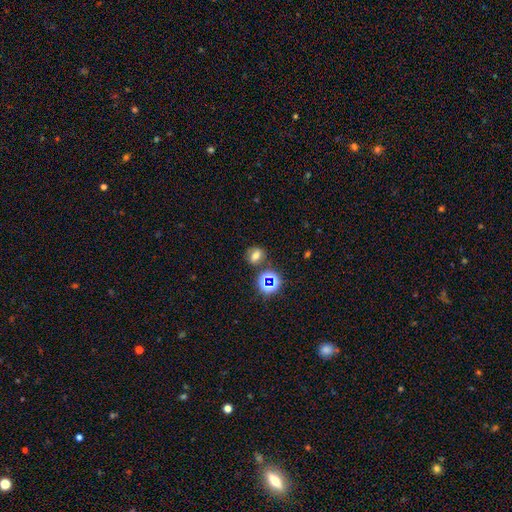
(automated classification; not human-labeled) smooth_or_featured: smooth (p=0.57) [alt: star or artifact p=0.28]
how_rounded: round (p=0.55) [alt: in between p=0.44]
merging: none (p=0.76) [alt: minor disturbance p=0.13]